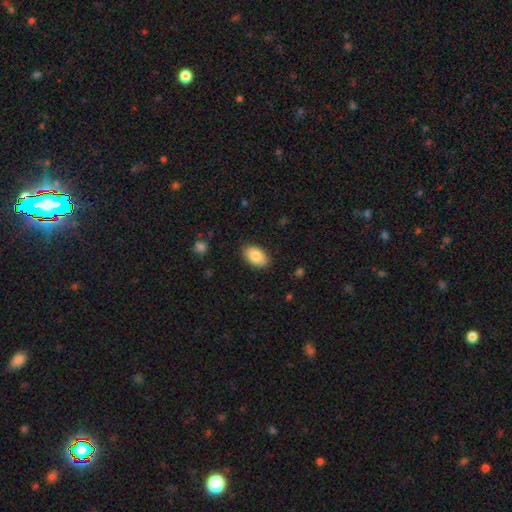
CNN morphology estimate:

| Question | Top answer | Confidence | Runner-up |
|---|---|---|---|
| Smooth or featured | smooth | 87% | featured or disk (7%) |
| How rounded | in between | 93% | round (6%) |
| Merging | none | 86% | minor disturbance (10%) |